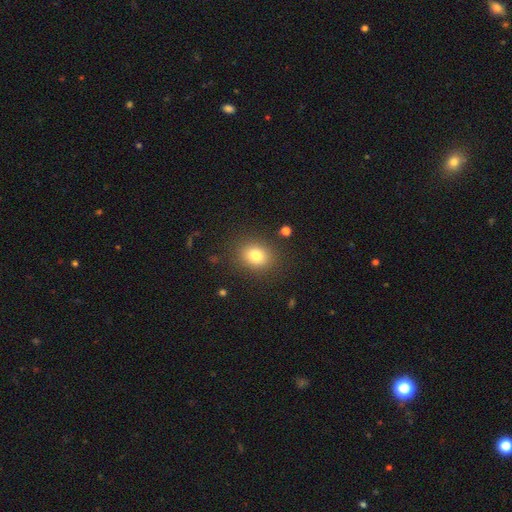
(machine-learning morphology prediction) This appears to be a smooth galaxy with no disk features (79%) that is round (60%). Merging: none (86%).